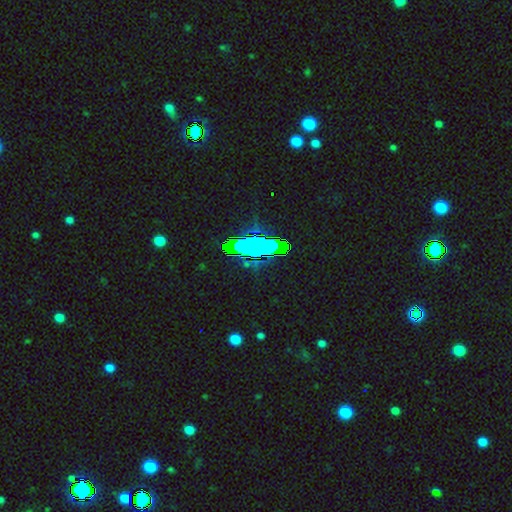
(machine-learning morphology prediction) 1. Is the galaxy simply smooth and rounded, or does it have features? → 60% star or artifact, 26% smooth, 13% featured or disk.